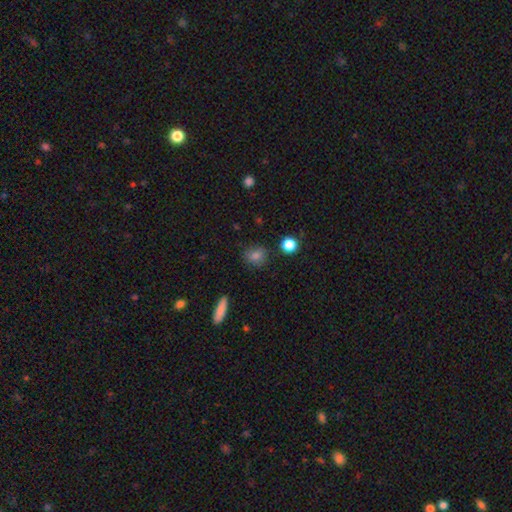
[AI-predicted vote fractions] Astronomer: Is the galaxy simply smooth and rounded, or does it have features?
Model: smooth — 80%.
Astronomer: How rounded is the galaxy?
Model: round — 68%.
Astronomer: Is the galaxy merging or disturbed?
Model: none — 81%.